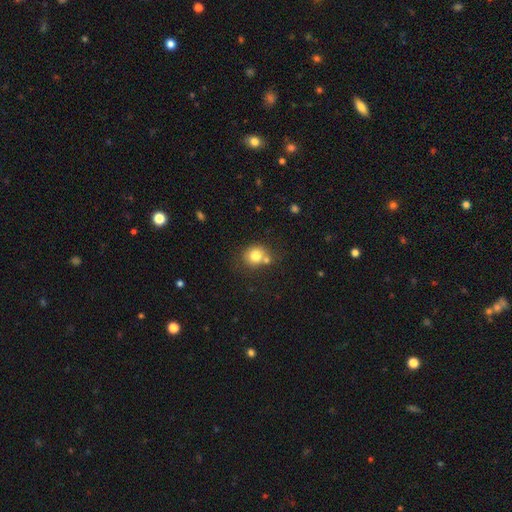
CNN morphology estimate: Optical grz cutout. It shows a smooth galaxy with no disk features (78%) that is round (77%). Merging: none (57%).